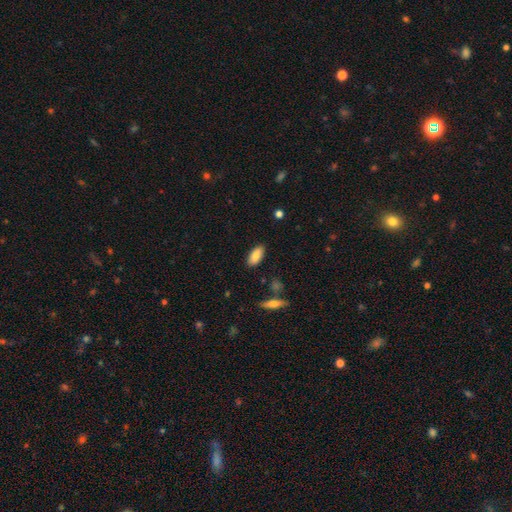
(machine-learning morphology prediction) Smooth or featured: smooth — 85% (featured or disk — 8%)
How rounded: in between — 84% (cigar-shaped — 14%)
Merging: none — 86% (minor disturbance — 10%)